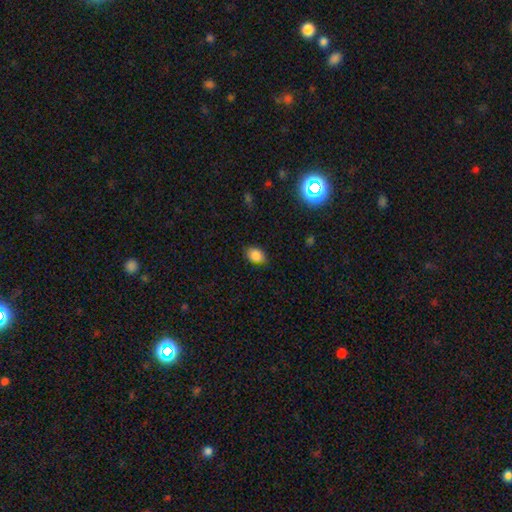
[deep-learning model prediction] The model was most divided on "how rounded": in between: 74%, round: 25%, cigar-shaped: 1%. More confident: smooth or featured — smooth (84%); merging — none (78%).